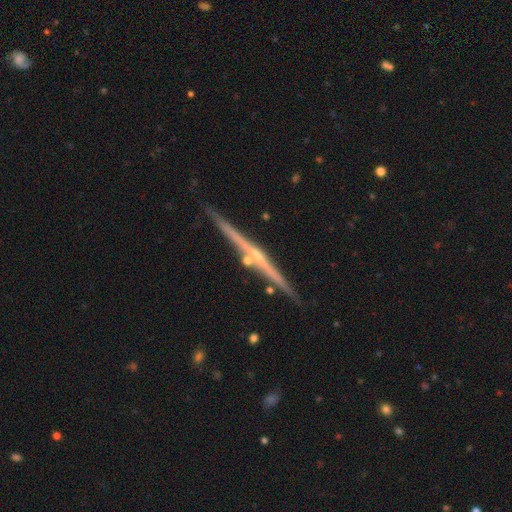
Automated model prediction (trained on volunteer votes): smooth-or-featured: featured or disk: 83% | smooth: 11% | star or artifact: 5%
  disk-edge-on: yes: 98% | no: 2%
    edge-on-bulge: rounded: 62% | none: 31% | boxy: 7%
  merging: none: 87% | minor disturbance: 8% | merger: 3% | major disturbance: 2%